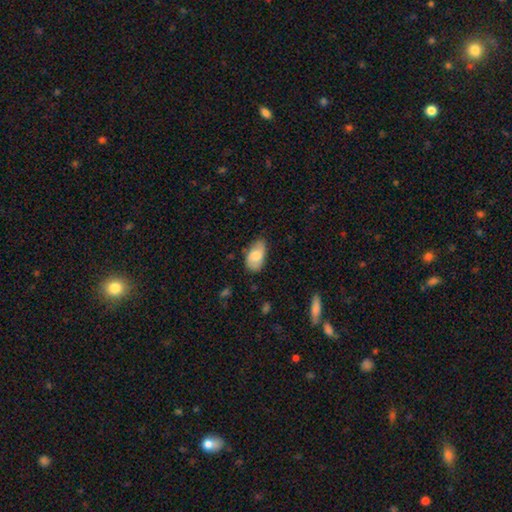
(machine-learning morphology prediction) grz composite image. It shows a smooth galaxy with no disk features (73%) that is in between round and cigar-shaped (93%). Merging: none (65%).